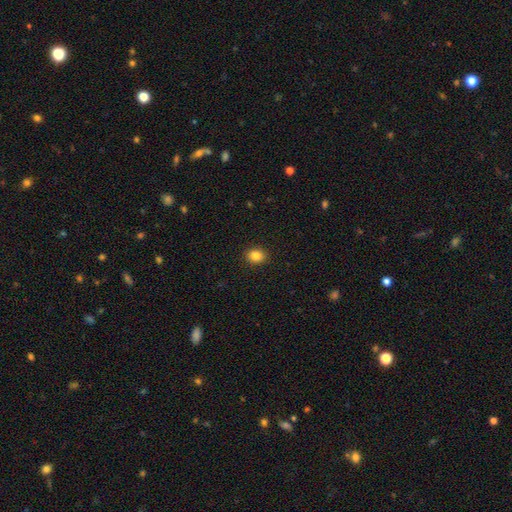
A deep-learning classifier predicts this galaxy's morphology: A smooth galaxy with no disk features (85%) that is round (61%). Merging: none (91%).